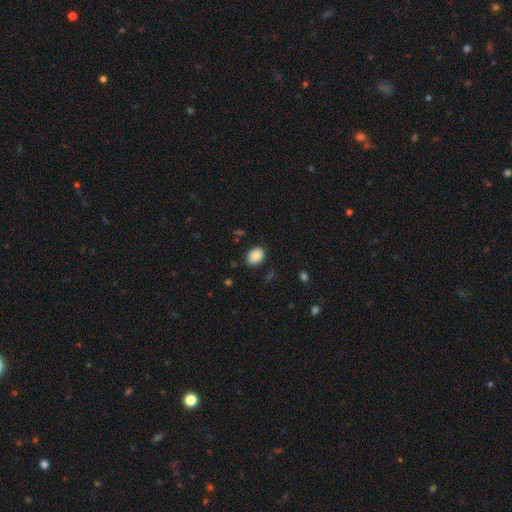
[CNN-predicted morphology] Q: Smooth or featured?
A: smooth (86%); runner-up: star or artifact (8%)
Q: How rounded?
A: in between (68%); runner-up: round (31%)
Q: Merging?
A: none (82%); runner-up: minor disturbance (14%)